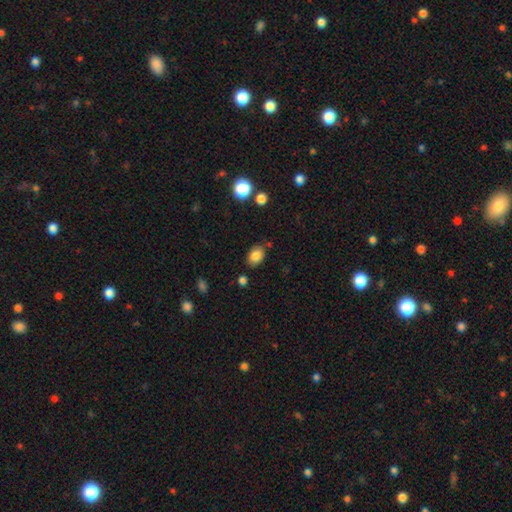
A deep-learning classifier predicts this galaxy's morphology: Q: Smooth or featured?
A: smooth (84%); runner-up: star or artifact (9%)
Q: How rounded?
A: in between (78%); runner-up: round (21%)
Q: Merging?
A: none (77%); runner-up: minor disturbance (15%)